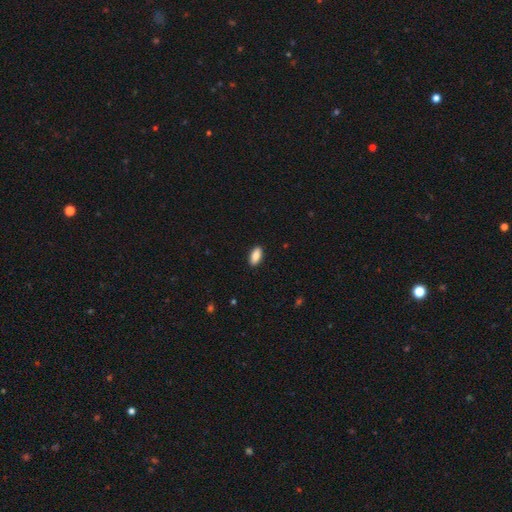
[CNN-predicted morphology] Smooth or featured?
  - smooth: 87% *
  - star or artifact: 7%
  - featured or disk: 6%
How rounded?
  - in between: 88% *
  - cigar-shaped: 9%
  - round: 2%
Merging?
  - none: 90% *
  - minor disturbance: 7%
  - major disturbance: 2%
  - merger: 1%